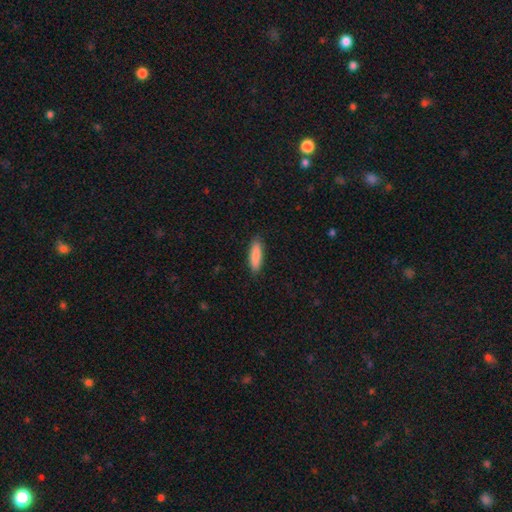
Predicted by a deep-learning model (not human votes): smooth-or-featured: smooth: 88% | featured or disk: 6% | star or artifact: 6%
  how-rounded: cigar-shaped: 63% | in between: 35% | round: 1%
  merging: none: 88% | minor disturbance: 9% | major disturbance: 2% | merger: 1%